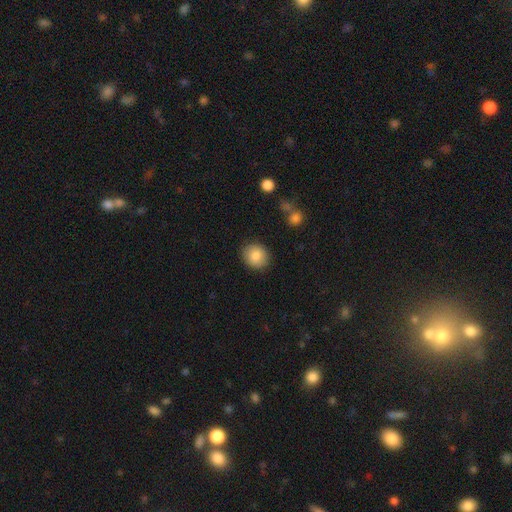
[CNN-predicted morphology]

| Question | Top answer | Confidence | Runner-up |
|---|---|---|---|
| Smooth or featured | smooth | 86% | star or artifact (8%) |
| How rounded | round | 75% | in between (24%) |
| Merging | none | 89% | minor disturbance (8%) |